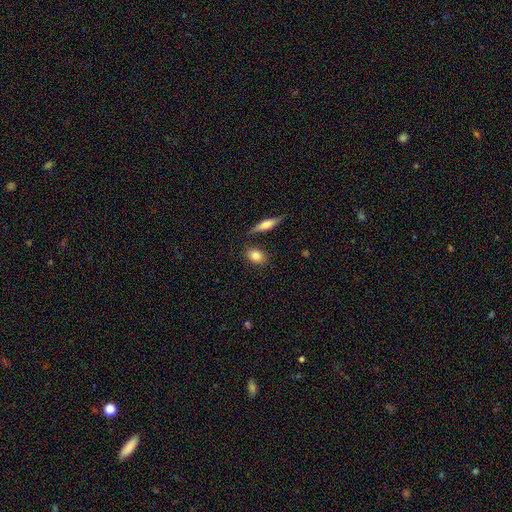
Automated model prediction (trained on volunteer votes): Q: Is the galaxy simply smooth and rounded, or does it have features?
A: smooth — 83%.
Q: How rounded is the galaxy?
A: in between — 65%.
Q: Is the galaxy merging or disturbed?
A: none — 78%.